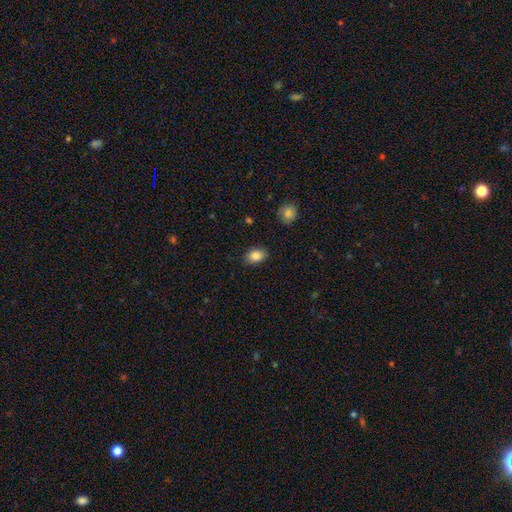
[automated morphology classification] type=smooth (87%); roundness=in between (79%); merging=none (85%).